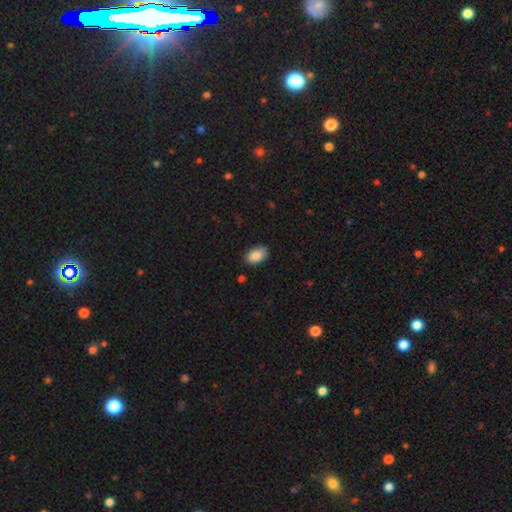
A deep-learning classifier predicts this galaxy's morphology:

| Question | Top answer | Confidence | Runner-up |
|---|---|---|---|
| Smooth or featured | smooth | 88% | star or artifact (7%) |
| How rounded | in between | 92% | round (7%) |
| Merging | none | 81% | minor disturbance (15%) |